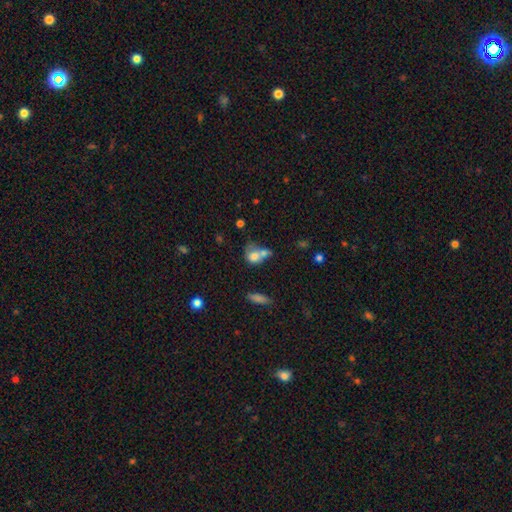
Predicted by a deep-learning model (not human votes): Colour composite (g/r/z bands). It shows a smooth galaxy with no disk features (71%) that is in between round and cigar-shaped (52%). Merging: merger (57%).